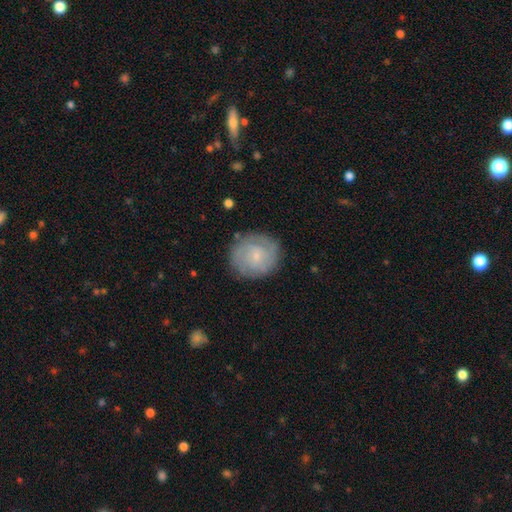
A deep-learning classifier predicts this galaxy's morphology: A featured or disk galaxy (54%) with no bar (59%), spiral arms (82%) and a small central bulge (76%). Merging: none (81%).